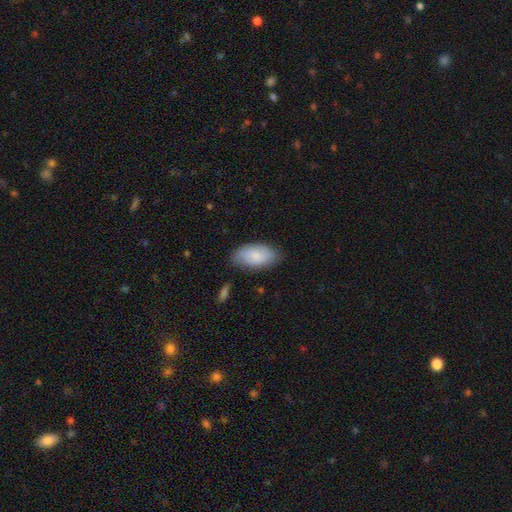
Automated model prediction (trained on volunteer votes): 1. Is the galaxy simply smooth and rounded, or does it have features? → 73% smooth, 20% featured or disk, 6% star or artifact.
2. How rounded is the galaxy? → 94% in between, 3% cigar-shaped, 3% round.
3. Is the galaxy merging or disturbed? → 74% none, 19% minor disturbance, 4% major disturbance, 2% merger.